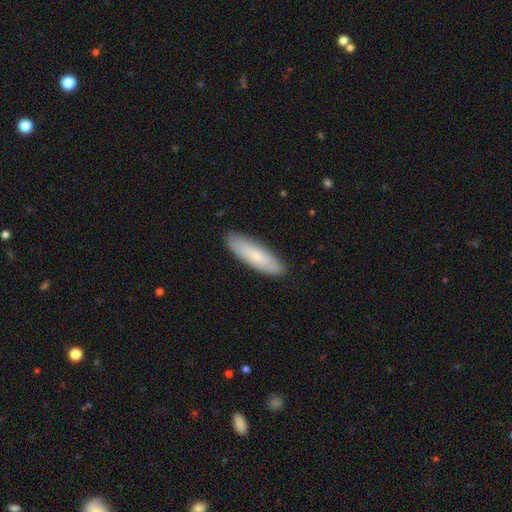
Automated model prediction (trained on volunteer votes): Morphology: type=smooth (71%); roundness=cigar-shaped (57%); merging=none (88%).